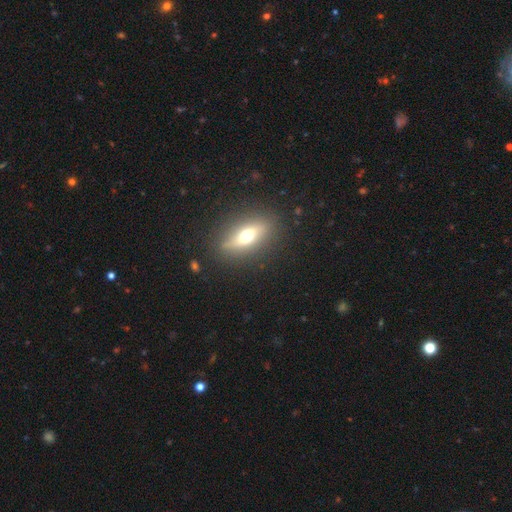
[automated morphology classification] A featured or disk galaxy (48%). Merging: none (87%).